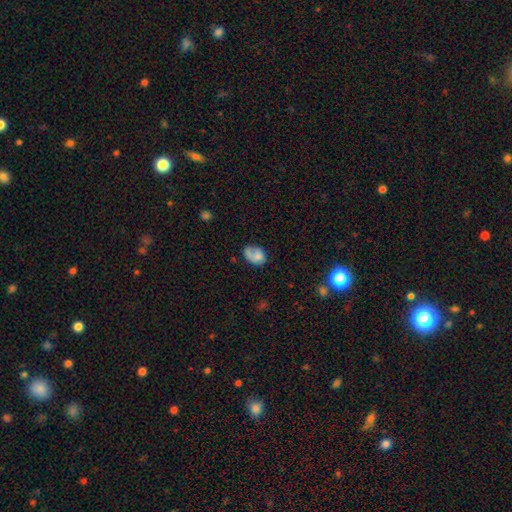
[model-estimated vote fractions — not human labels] A smooth galaxy with no disk features (66%) that is in between round and cigar-shaped (77%).

Vote fractions:
- Smooth or featured? smooth: 66% / featured or disk: 24% / star or artifact: 10%
- How rounded? in between: 77% / round: 21% / cigar-shaped: 1%
- Merging? none: 42% / minor disturbance: 29% / major disturbance: 21% / merger: 7%